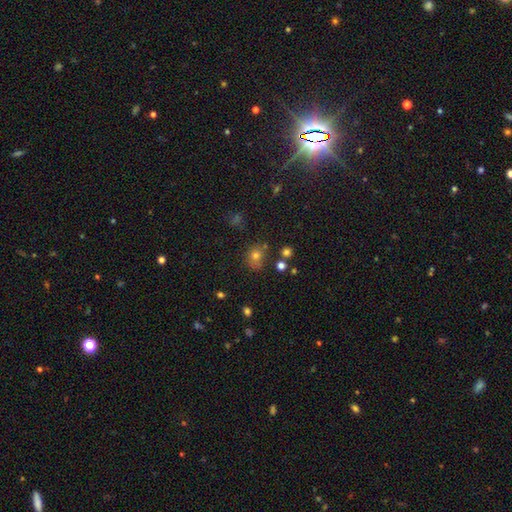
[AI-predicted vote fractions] Smooth or featured? smooth (66%)
How rounded? round (73%)
Merging? none (71%)